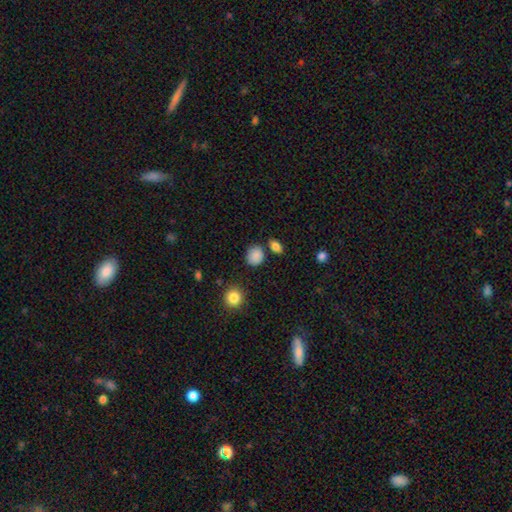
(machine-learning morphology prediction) Q: Smooth or featured?
A: smooth (86%); runner-up: star or artifact (9%)
Q: How rounded?
A: round (66%); runner-up: in between (32%)
Q: Merging?
A: none (77%); runner-up: minor disturbance (13%)